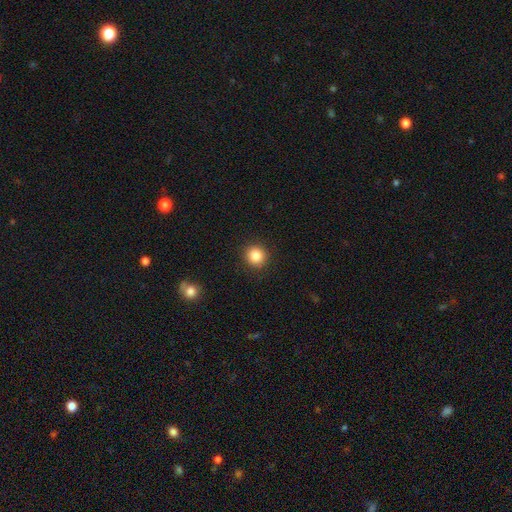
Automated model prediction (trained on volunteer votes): Smooth or featured? Predicted: smooth (p=0.85). How rounded? Predicted: round (p=0.93). Merging? Predicted: none (p=0.92).